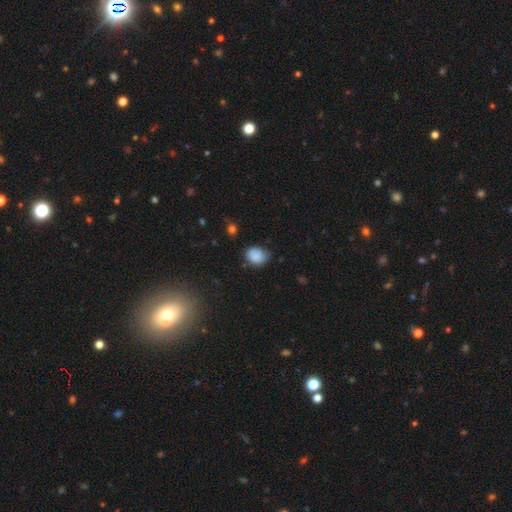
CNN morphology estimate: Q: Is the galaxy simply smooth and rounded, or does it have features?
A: smooth — 84%.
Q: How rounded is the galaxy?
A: in between — 56%.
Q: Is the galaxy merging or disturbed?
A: none — 61%.